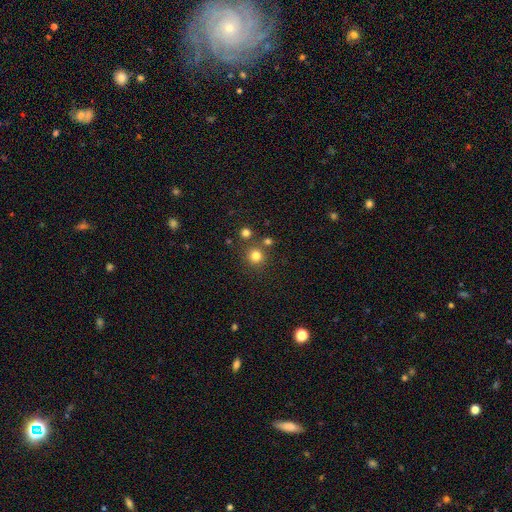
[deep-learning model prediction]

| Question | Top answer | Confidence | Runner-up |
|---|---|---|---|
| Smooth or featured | smooth | 78% | star or artifact (16%) |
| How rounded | round | 93% | in between (6%) |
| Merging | none | 79% | merger (10%) |